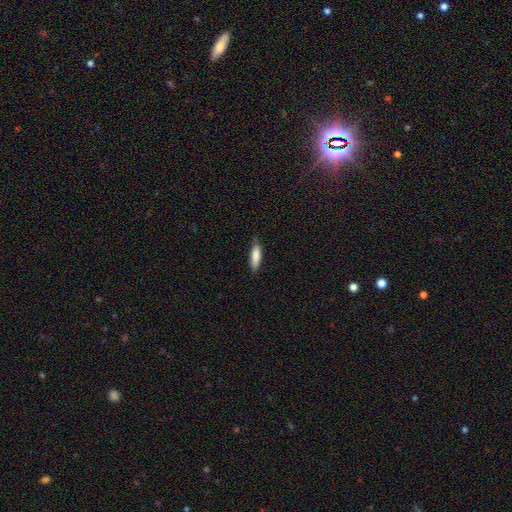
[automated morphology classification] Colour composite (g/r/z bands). It shows a smooth galaxy with no disk features (84%) that is cigar-shaped (53%). Merging: none (79%).